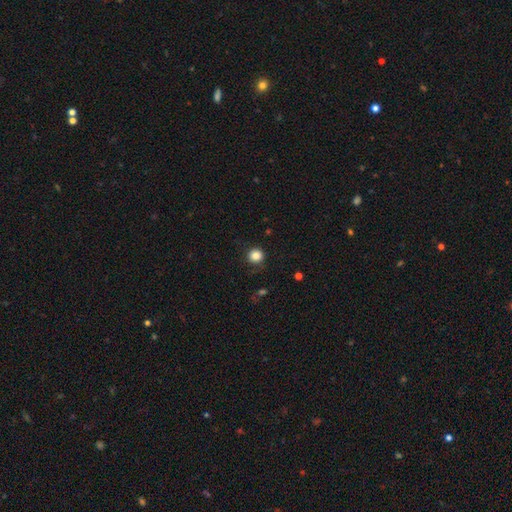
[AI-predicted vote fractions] Smooth or featured? Predicted: smooth (p=0.85). How rounded? Predicted: round (p=0.92). Merging? Predicted: none (p=0.85).